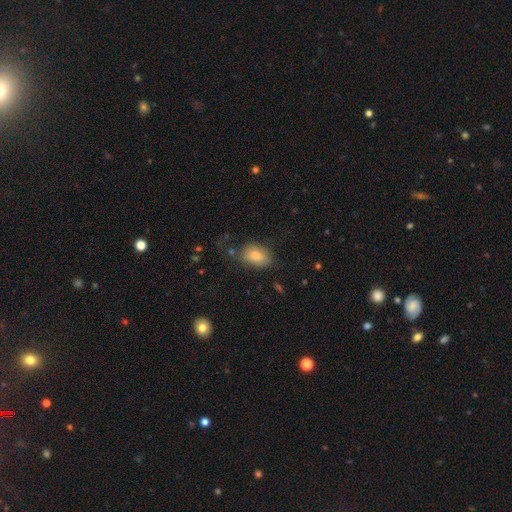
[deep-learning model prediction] Smooth or featured? Predicted: smooth (p=0.85). How rounded? Predicted: in between (p=0.87). Merging? Predicted: none (p=0.69).